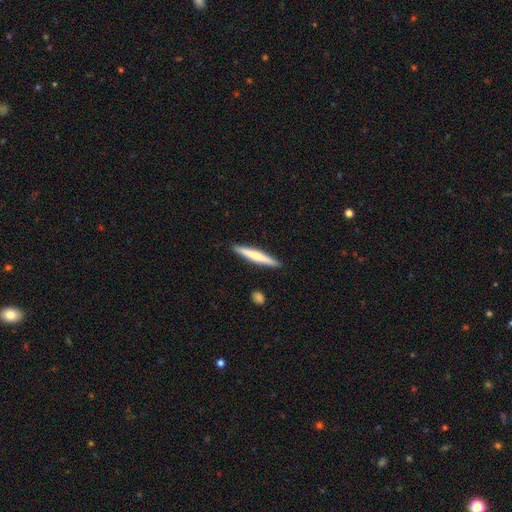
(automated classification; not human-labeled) Q: Smooth or featured?
A: smooth (60%); runner-up: featured or disk (35%)
Q: How rounded?
A: cigar-shaped (95%); runner-up: in between (4%)
Q: Merging?
A: none (91%); runner-up: minor disturbance (6%)